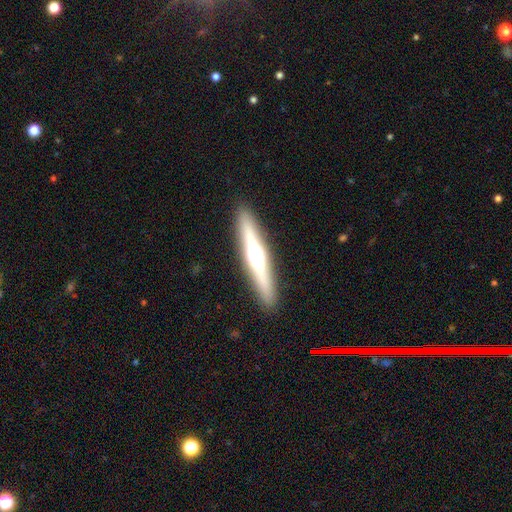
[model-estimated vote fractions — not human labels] A featured or disk galaxy (64%) viewed edge-on (96%) with a rounded central bulge (91%). Merging: none (90%).